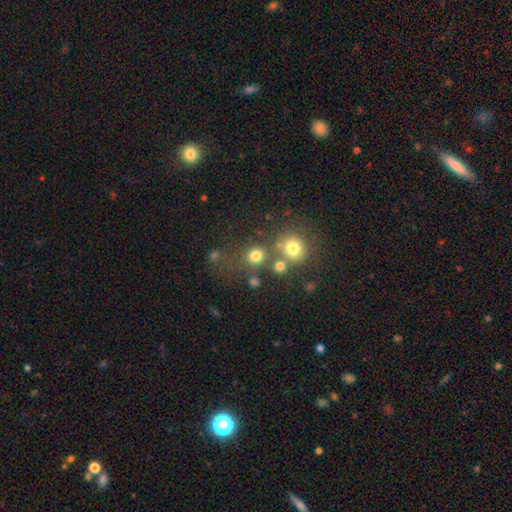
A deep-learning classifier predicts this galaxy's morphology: Smooth or featured? smooth (76%)
How rounded? round (87%)
Merging? none (66%)